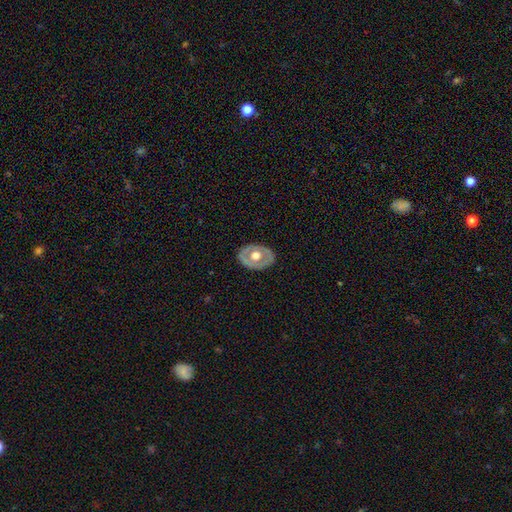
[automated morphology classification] type=featured or disk (54%); edge-on=no (89%); merging=none (82%).